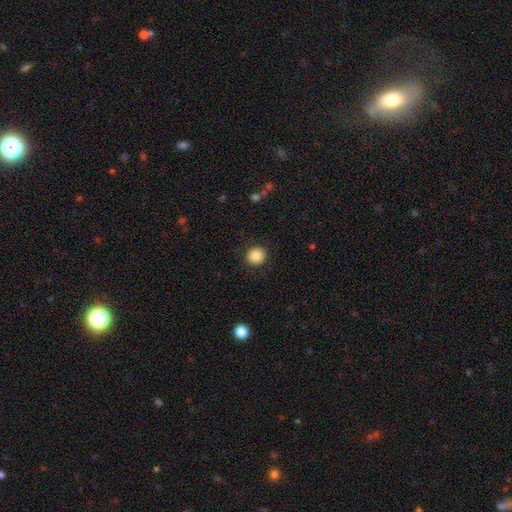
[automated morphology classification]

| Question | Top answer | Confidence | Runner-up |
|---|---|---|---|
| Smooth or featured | smooth | 86% | star or artifact (9%) |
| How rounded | round | 92% | in between (7%) |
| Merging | none | 91% | minor disturbance (6%) |